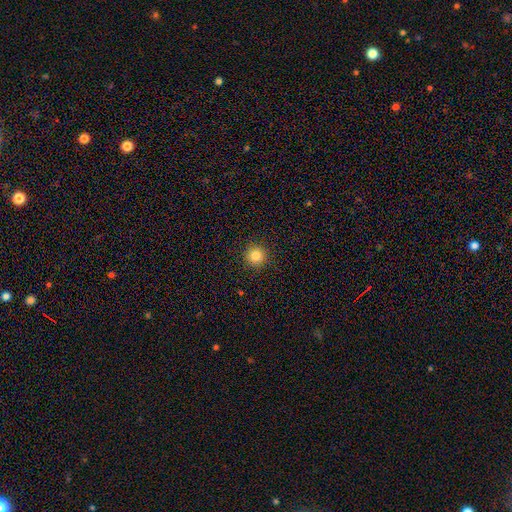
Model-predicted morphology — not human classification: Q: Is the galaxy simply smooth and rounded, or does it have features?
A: smooth — 83%.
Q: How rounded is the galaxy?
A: round — 96%.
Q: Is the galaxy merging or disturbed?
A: none — 92%.